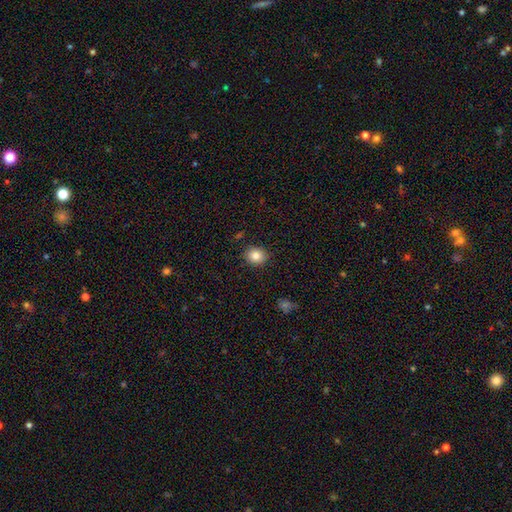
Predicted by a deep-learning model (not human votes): Overall: smooth (83%). How rounded: round (68%; in between 31%). Merging: none (89%).